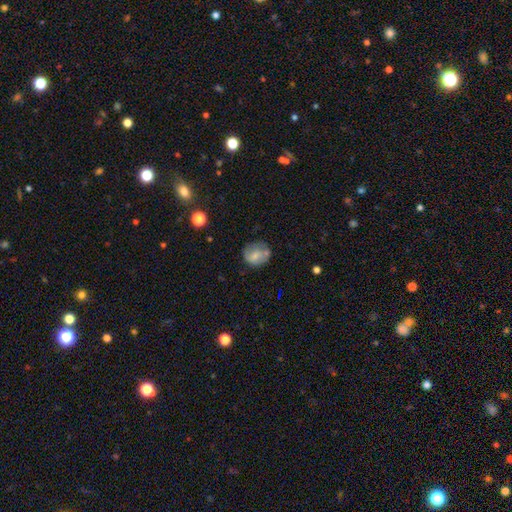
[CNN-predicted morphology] smooth 62%, featured or disk 29%, star or artifact 9%. Down the decision tree: how rounded — round (72%); merging — none (57%).